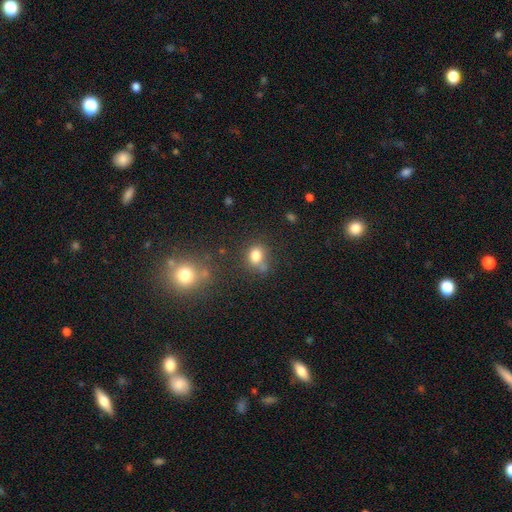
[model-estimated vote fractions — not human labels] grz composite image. It shows a smooth galaxy with no disk features (79%) that is in between round and cigar-shaped (50%). Merging: none (58%).